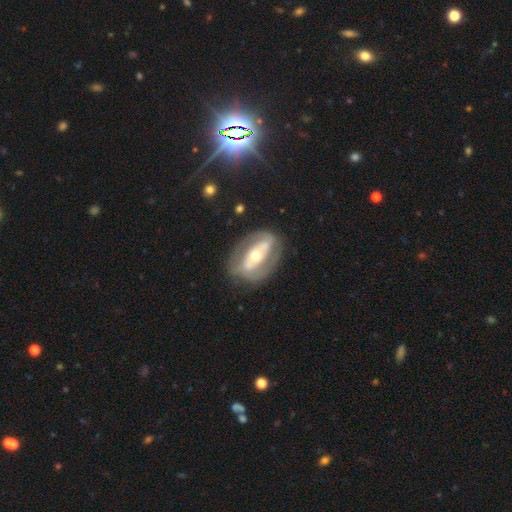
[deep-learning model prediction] smooth-or-featured: featured or disk: 76% | smooth: 19% | star or artifact: 5%
  disk-edge-on: no: 92% | yes: 8%
    bar: strong: 51% | no: 28% | weak: 21%
    has-spiral-arms: yes: 56% | no: 44%
    bulge-size: moderate: 67% | small: 24% | large: 7% | dominant: 1% | none: 1%
  merging: none: 73% | minor disturbance: 16% | major disturbance: 9% | merger: 2%